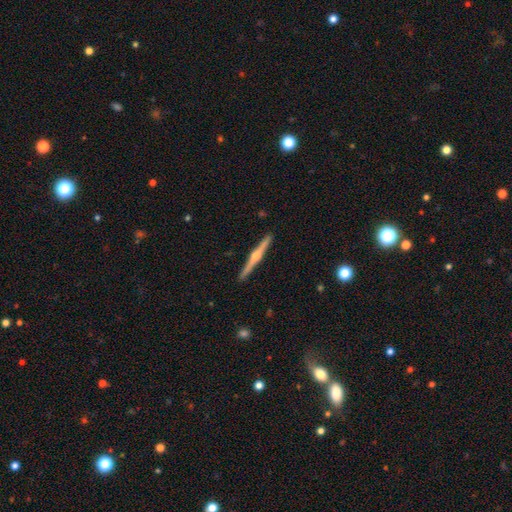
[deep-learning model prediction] A featured or disk galaxy (80%) viewed edge-on (99%) with a rounded central bulge (90%). Merging: none (93%).